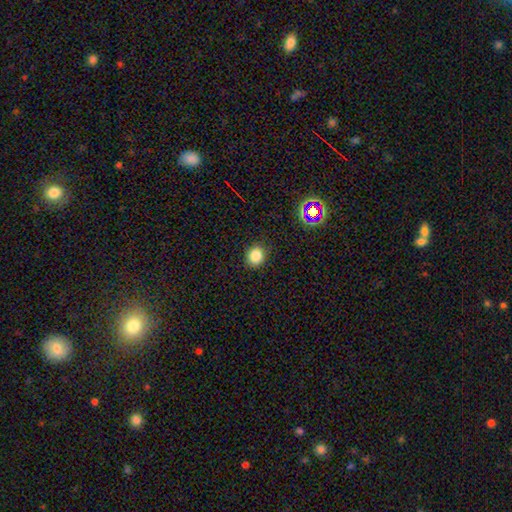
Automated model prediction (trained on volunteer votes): The model was most divided on "how rounded": round: 79%, in between: 21%, cigar-shaped: 1%. More confident: merging — none (89%); smooth or featured — smooth (83%).